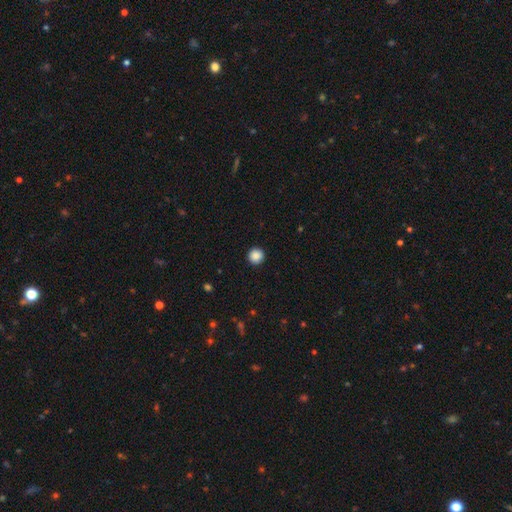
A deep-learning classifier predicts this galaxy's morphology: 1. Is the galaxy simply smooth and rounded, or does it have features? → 88% smooth, 9% star or artifact, 3% featured or disk.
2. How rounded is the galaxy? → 96% round, 3% in between, 1% cigar-shaped.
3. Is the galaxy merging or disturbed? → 93% none, 4% minor disturbance, 2% major disturbance, 1% merger.